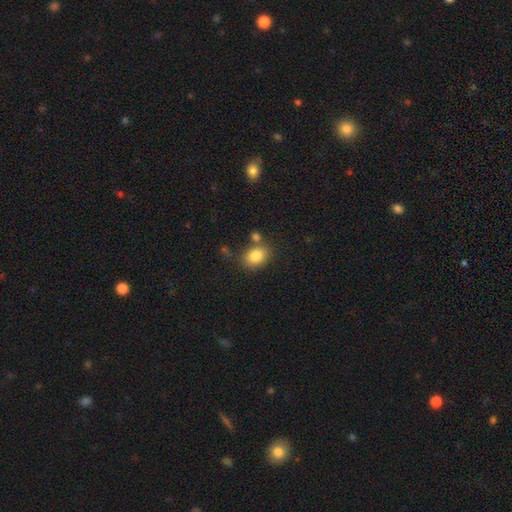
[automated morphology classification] smooth-or-featured: smooth: 83% | star or artifact: 9% | featured or disk: 8%
  how-rounded: in between: 58% | round: 41% | cigar-shaped: 1%
  merging: none: 67% | minor disturbance: 14% | merger: 14% | major disturbance: 4%